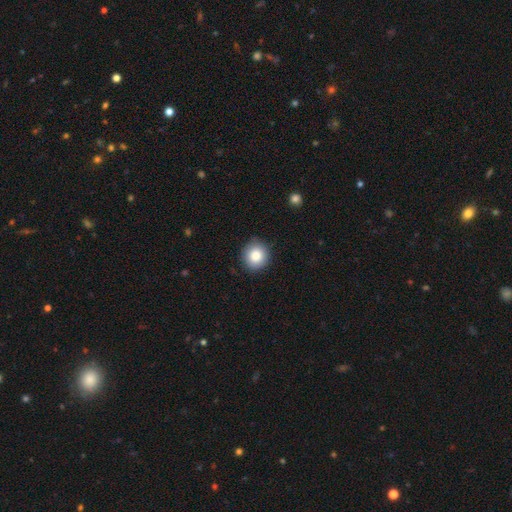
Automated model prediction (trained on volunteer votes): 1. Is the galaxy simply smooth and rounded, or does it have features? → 84% smooth, 9% star or artifact, 7% featured or disk.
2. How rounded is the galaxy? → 88% round, 11% in between, 1% cigar-shaped.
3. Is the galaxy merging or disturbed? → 88% none, 9% minor disturbance, 2% major disturbance, 1% merger.